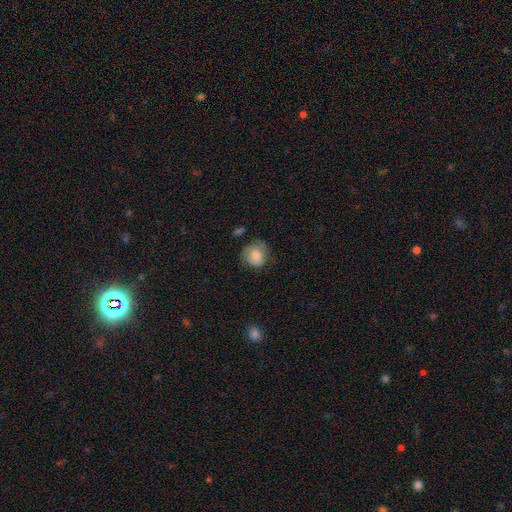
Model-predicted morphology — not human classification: smooth_or_featured: smooth (p=0.78) [alt: featured or disk p=0.15]
how_rounded: round (p=0.80) [alt: in between p=0.19]
merging: none (p=0.58) [alt: minor disturbance p=0.29]